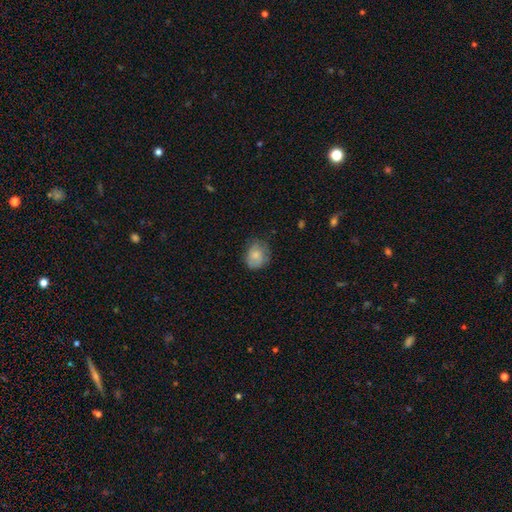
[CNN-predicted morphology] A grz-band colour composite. It shows a smooth galaxy with no disk features (77%) that is round (61%). Merging: none (62%).